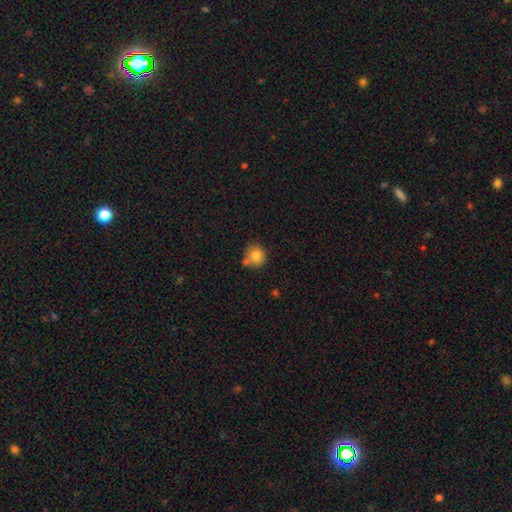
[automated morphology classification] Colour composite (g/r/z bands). It shows a smooth galaxy with no disk features (81%) that is round (87%). Merging: none (59%).